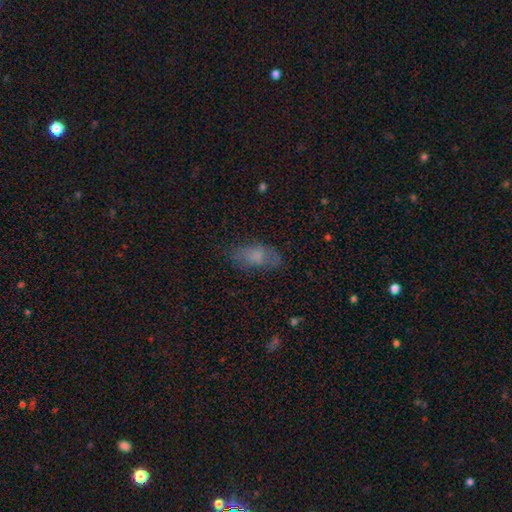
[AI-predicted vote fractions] Smooth or featured: smooth — 67% (featured or disk — 21%)
How rounded: in between — 86% (cigar-shaped — 9%)
Merging: none — 64% (minor disturbance — 22%)